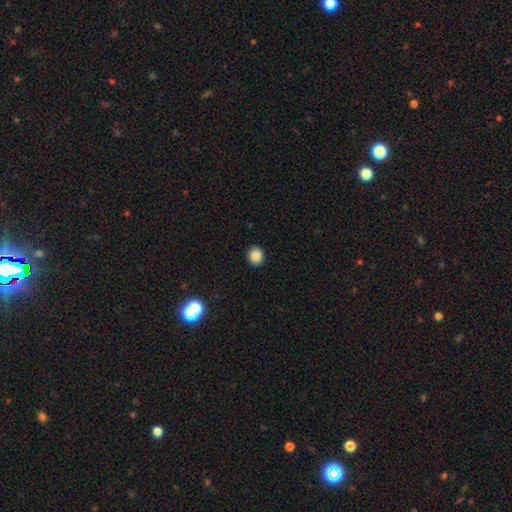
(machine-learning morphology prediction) Smooth or featured?
  - smooth: 87% *
  - star or artifact: 10%
  - featured or disk: 4%
How rounded?
  - round: 84% *
  - in between: 15%
  - cigar-shaped: 1%
Merging?
  - none: 91% *
  - minor disturbance: 6%
  - major disturbance: 2%
  - merger: 1%